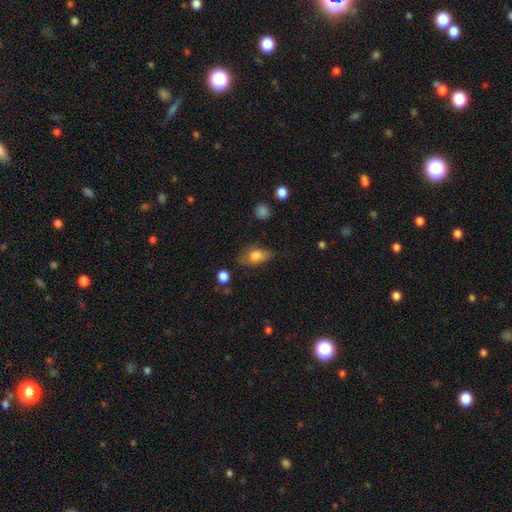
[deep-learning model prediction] Q: Smooth or featured?
A: smooth (79%); runner-up: featured or disk (13%)
Q: How rounded?
A: in between (84%); runner-up: round (12%)
Q: Merging?
A: none (63%); runner-up: minor disturbance (26%)